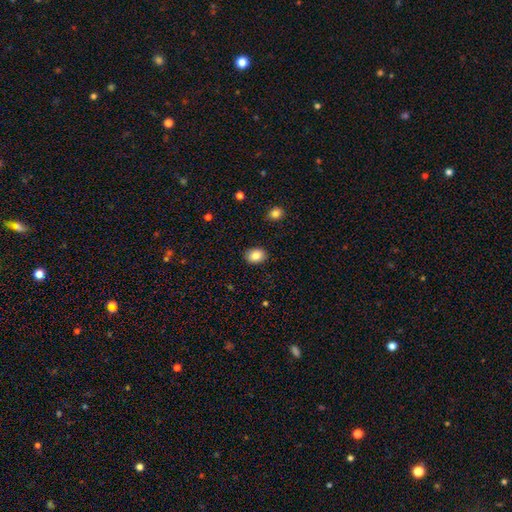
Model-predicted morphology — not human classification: Smooth or featured? smooth (85%)
How rounded? in between (67%)
Merging? none (89%)